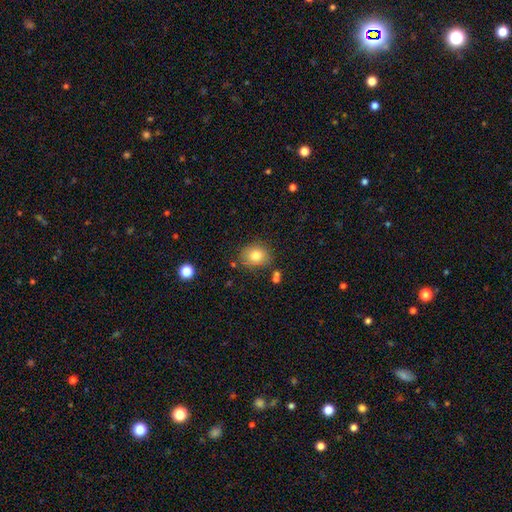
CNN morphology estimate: Overall: smooth (80%). How rounded: round (66%; in between 33%). Merging: none (77%).